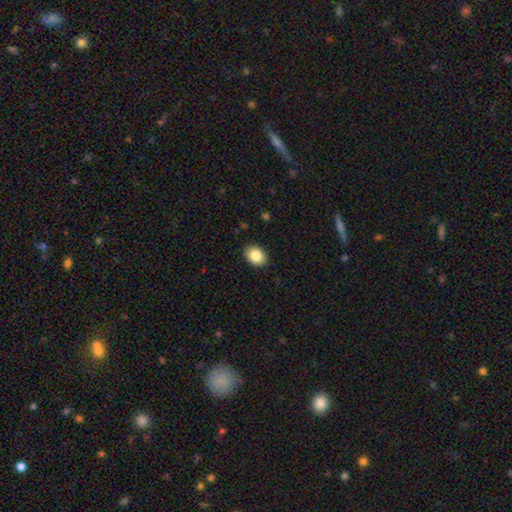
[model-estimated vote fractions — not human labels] Q: Smooth or featured?
A: smooth (86%); runner-up: star or artifact (8%)
Q: How rounded?
A: in between (66%); runner-up: round (34%)
Q: Merging?
A: none (90%); runner-up: minor disturbance (7%)